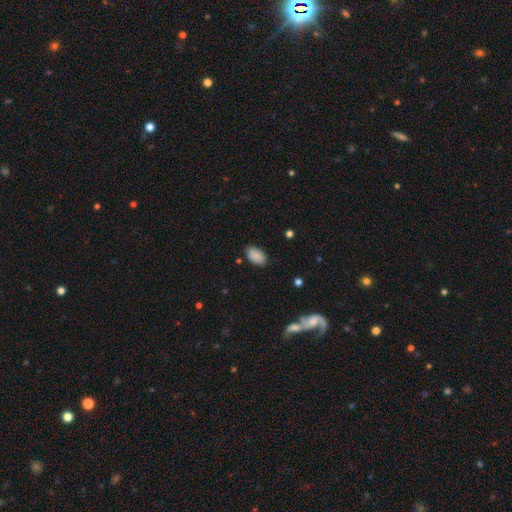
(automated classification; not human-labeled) Q: Smooth or featured?
A: smooth (89%); runner-up: star or artifact (7%)
Q: How rounded?
A: in between (94%); runner-up: round (5%)
Q: Merging?
A: none (85%); runner-up: minor disturbance (11%)